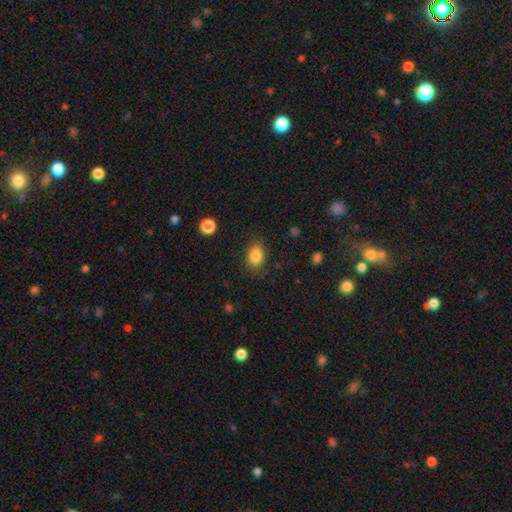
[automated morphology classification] smooth-or-featured: smooth: 85% | star or artifact: 9% | featured or disk: 6%
  how-rounded: in between: 78% | round: 21% | cigar-shaped: 1%
  merging: none: 83% | minor disturbance: 12% | major disturbance: 4% | merger: 1%